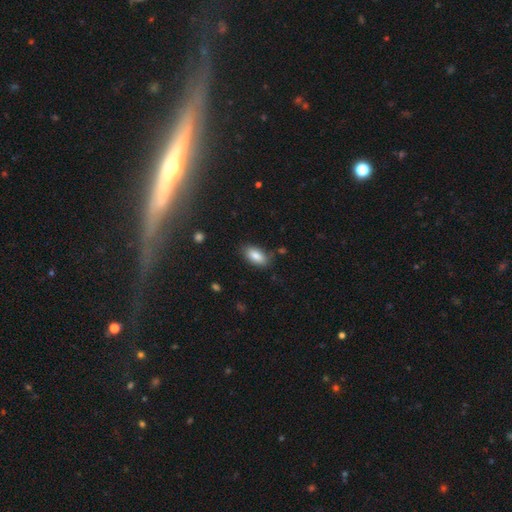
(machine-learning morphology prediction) Overall: smooth (84%). How rounded: in between (90%). Merging: none (81%).